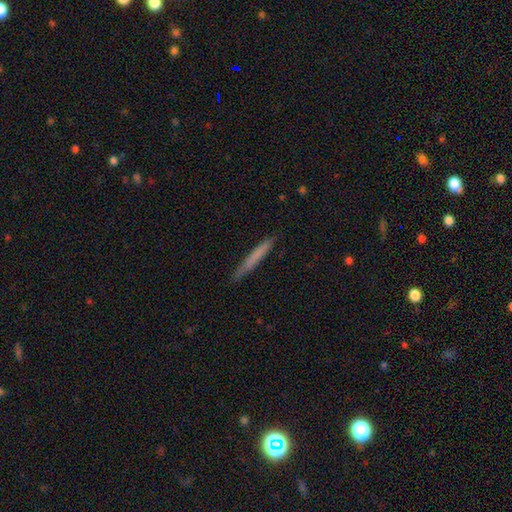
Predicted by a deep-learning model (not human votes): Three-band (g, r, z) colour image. It shows a smooth galaxy with no disk features (68%) that is cigar-shaped (96%). Merging: none (87%).